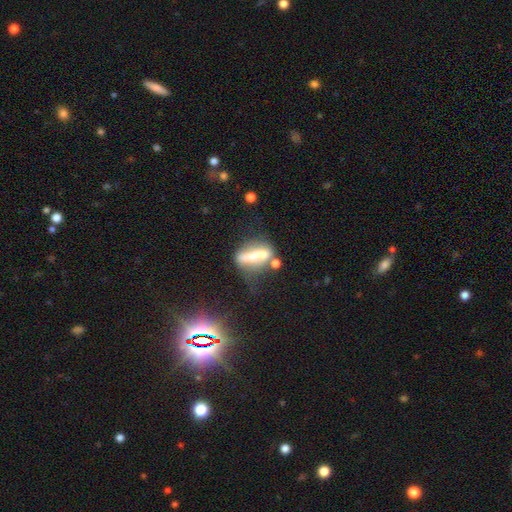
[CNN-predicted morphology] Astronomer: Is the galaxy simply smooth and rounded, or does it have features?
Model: featured or disk — 44%, tied with smooth at 44%.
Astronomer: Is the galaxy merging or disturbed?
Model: none — 33% (runner-up: merger, 23%).